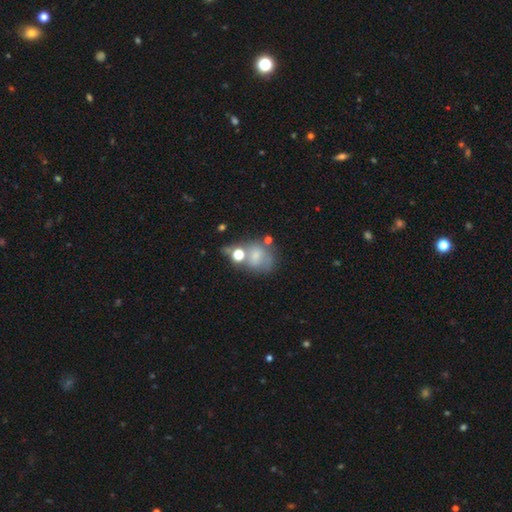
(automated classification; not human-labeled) Morphology: type=smooth (60%); roundness=round (59%); merging=none (38%).